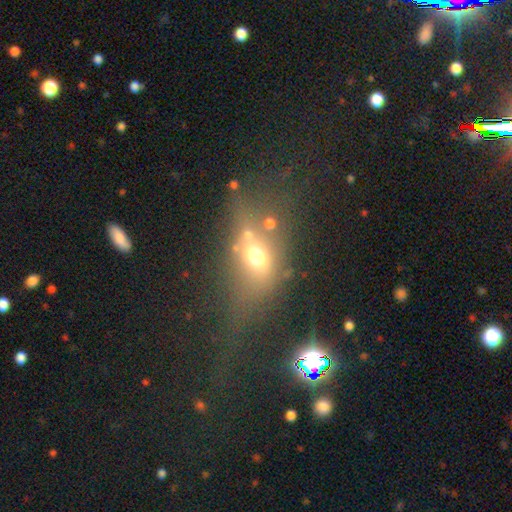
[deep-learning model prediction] The model was most divided on "smooth or featured": smooth: 52%, featured or disk: 28%, star or artifact: 20%. Remaining: how rounded — in between (60%); merging — none (49%).